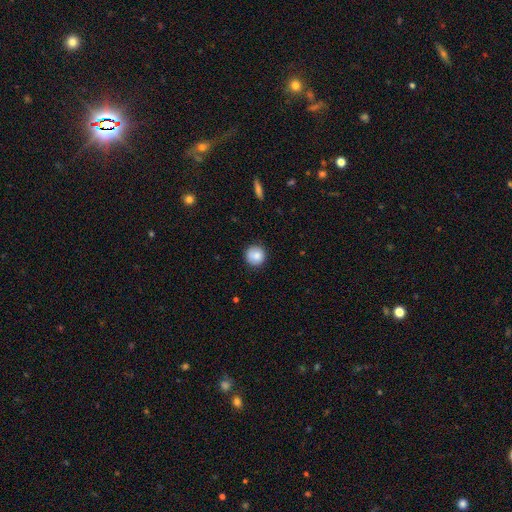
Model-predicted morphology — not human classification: The model was most divided on "merging": none: 87%, minor disturbance: 10%, major disturbance: 2%, merger: 1%. More confident: how rounded — round (94%); smooth or featured — smooth (85%).